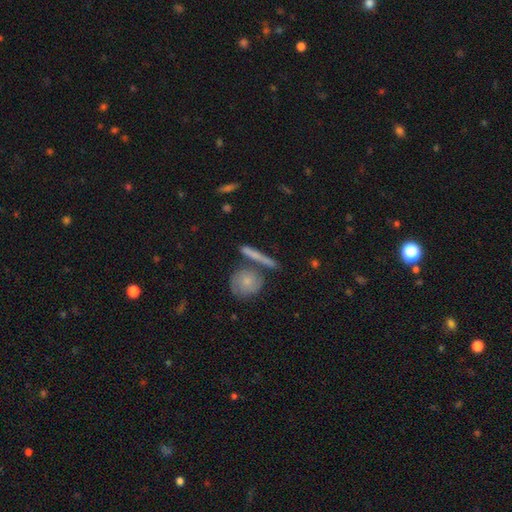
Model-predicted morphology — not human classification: The model was most divided on "smooth or featured": smooth: 52%, featured or disk: 39%, star or artifact: 9%. More confident: merging — none (68%); how rounded — cigar-shaped (67%).